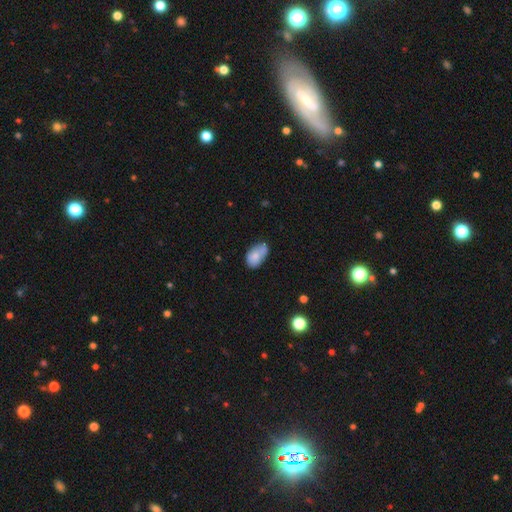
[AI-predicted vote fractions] Smooth or featured: smooth — 75% (featured or disk — 17%)
How rounded: in between — 89% (round — 9%)
Merging: none — 41% (minor disturbance — 28%)